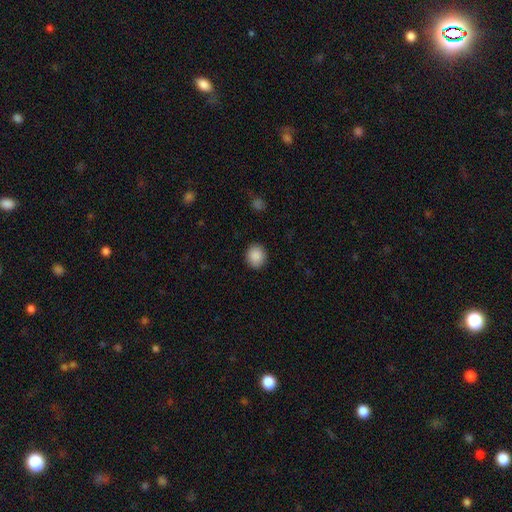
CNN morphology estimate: smooth 89%, star or artifact 8%, featured or disk 3%. Down the decision tree: how rounded — round (79%); merging — none (91%).